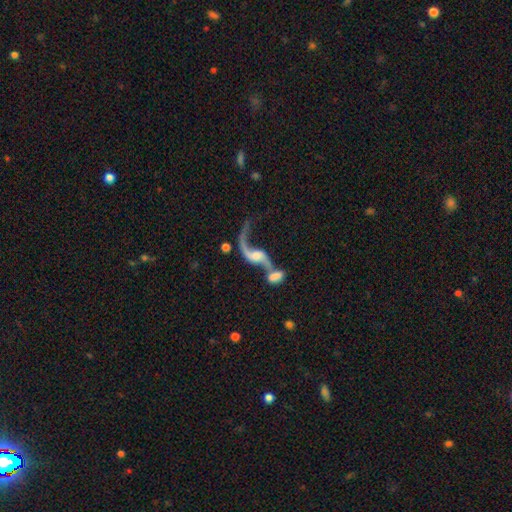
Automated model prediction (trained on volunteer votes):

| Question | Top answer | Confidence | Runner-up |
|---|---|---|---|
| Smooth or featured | featured or disk | 82% | smooth (11%) |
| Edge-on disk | no | 93% | yes (7%) |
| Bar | no | 52% | weak (35%) |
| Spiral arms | yes | 89% | no (11%) |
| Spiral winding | loose | 93% | medium (6%) |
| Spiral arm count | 2 | 76% | 1 (19%) |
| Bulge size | moderate | 40% | small (35%) |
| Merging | merger | 53% | none (22%) |